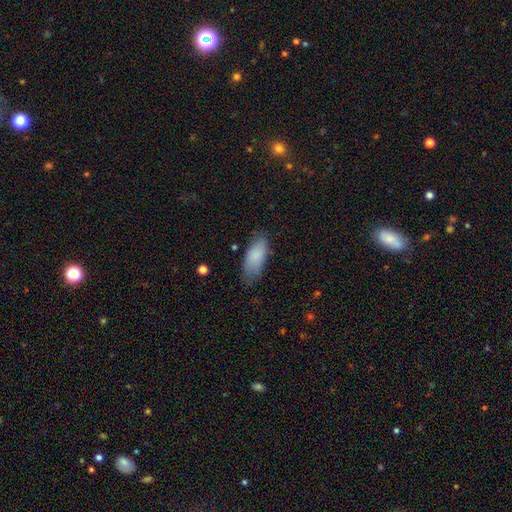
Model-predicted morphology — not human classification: Smooth or featured? smooth (85%)
How rounded? in between (83%)
Merging? none (67%)